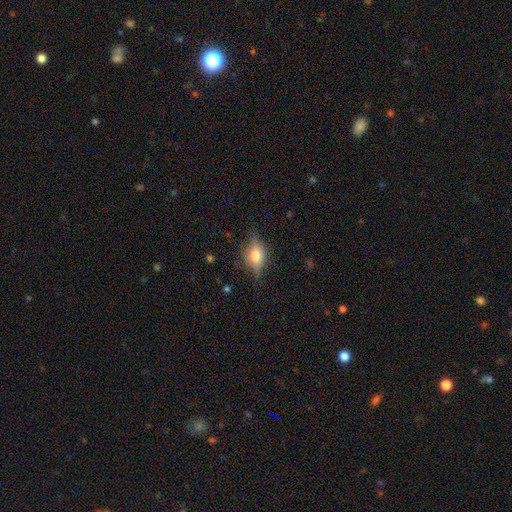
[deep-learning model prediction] This appears to be a smooth galaxy with no disk features (50%). Merging: none (71%).